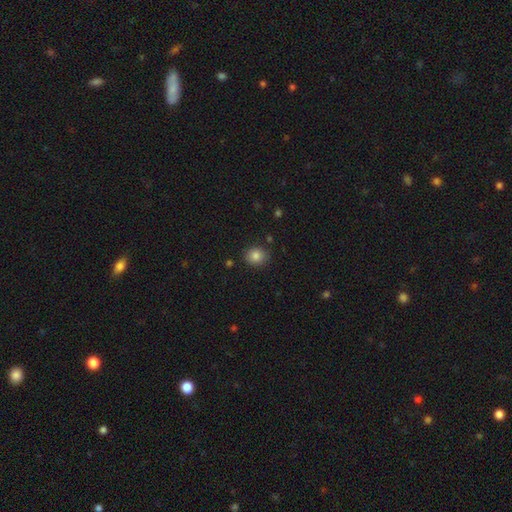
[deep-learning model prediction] Smooth or featured? Predicted: smooth (p=0.84). How rounded? Predicted: round (p=0.73). Merging? Predicted: none (p=0.87).